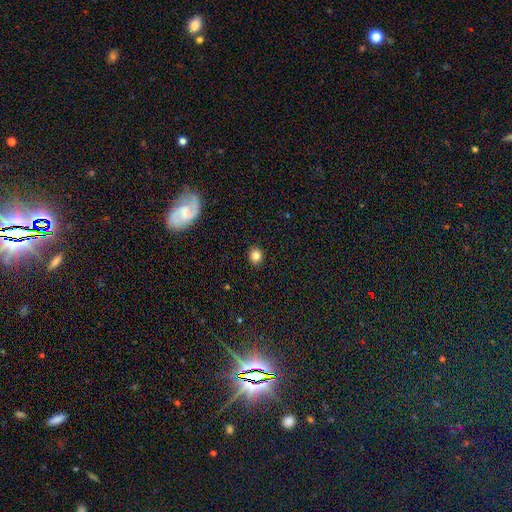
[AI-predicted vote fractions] Smooth or featured? Predicted: smooth (p=0.83). How rounded? Predicted: round (p=0.72). Merging? Predicted: none (p=0.90).